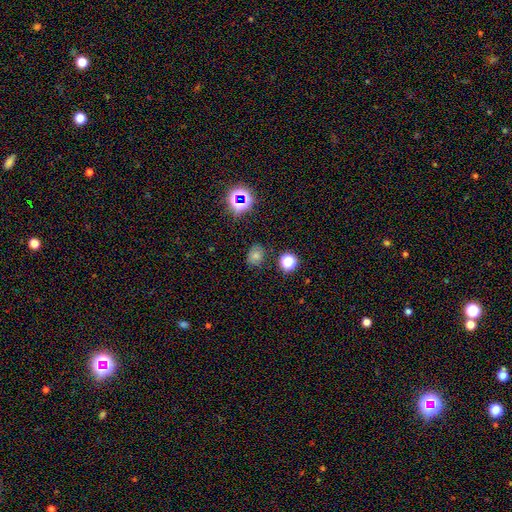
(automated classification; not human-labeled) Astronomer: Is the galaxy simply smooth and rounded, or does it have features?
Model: smooth — 67%.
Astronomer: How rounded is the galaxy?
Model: round — 52% (runner-up: in between, 47%).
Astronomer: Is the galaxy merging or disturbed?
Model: none — 79%.